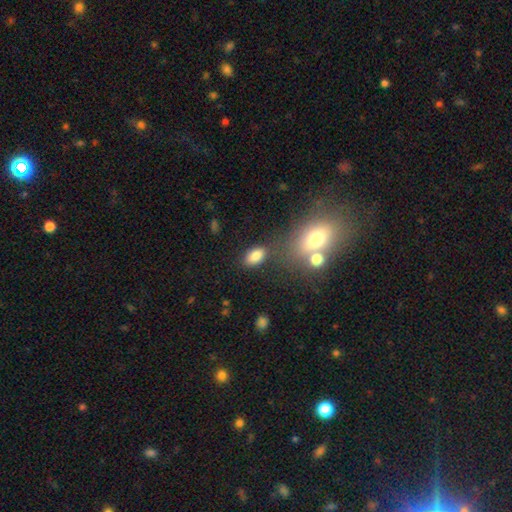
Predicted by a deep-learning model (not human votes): Smooth or featured? Predicted: smooth (p=0.82). How rounded? Predicted: in between (p=0.89). Merging? Predicted: none (p=0.74).